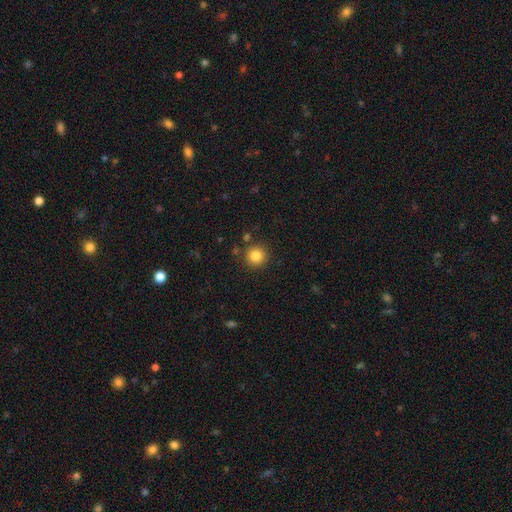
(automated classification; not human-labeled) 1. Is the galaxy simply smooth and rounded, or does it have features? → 84% smooth, 11% star or artifact, 5% featured or disk.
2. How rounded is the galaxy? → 94% round, 5% in between, 1% cigar-shaped.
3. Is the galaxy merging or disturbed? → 87% none, 7% minor disturbance, 3% merger, 2% major disturbance.